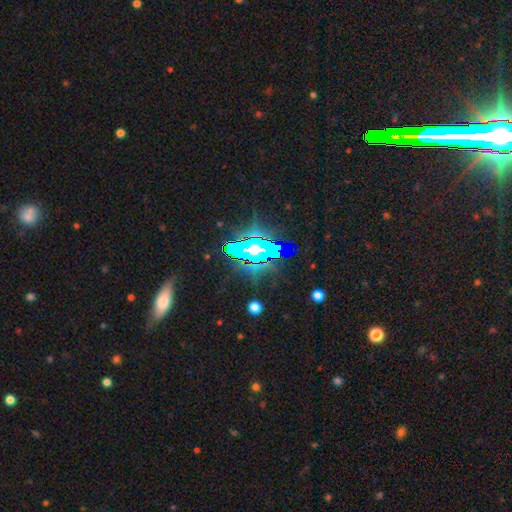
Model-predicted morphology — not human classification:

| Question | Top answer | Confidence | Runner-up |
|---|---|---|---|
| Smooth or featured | star or artifact | 67% | featured or disk (18%) |